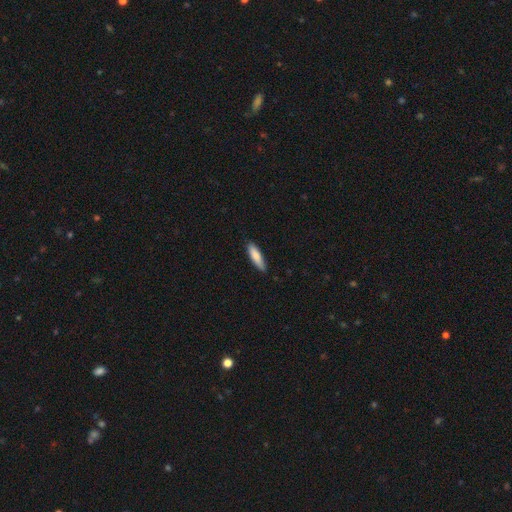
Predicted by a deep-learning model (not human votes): Smooth or featured: smooth — 83% (featured or disk — 11%)
How rounded: cigar-shaped — 66% (in between — 32%)
Merging: none — 85% (minor disturbance — 12%)